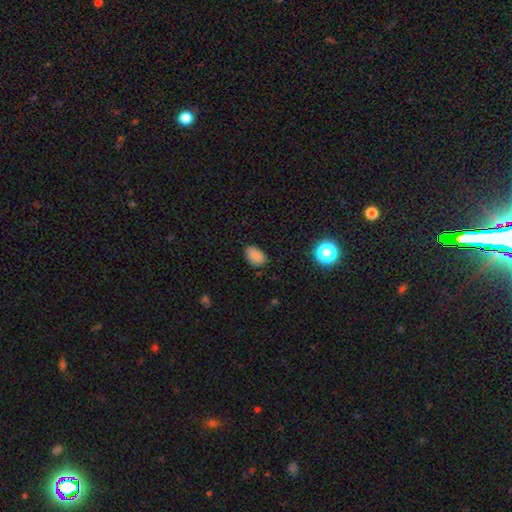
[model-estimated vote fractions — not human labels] Morphology: type=smooth (82%); roundness=in between (87%); merging=none (78%).